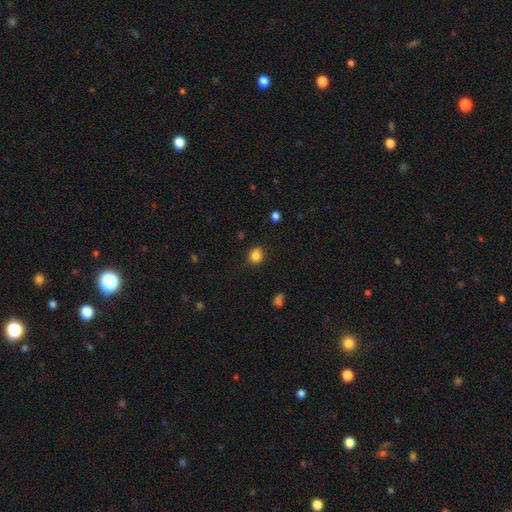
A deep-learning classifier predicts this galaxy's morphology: This appears to be a smooth galaxy with no disk features (84%) that is round (75%). Merging: none (78%).